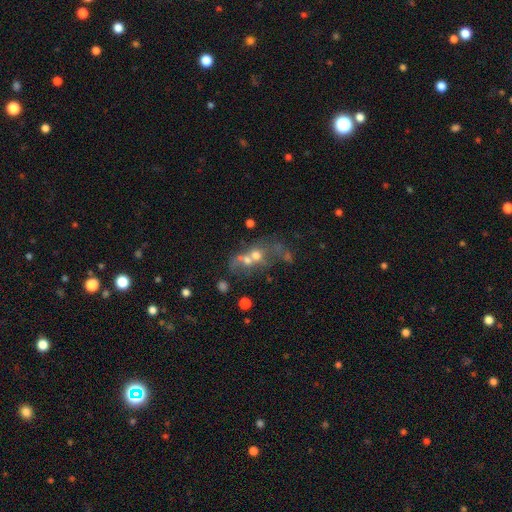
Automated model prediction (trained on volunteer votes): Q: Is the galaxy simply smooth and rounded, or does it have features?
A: smooth — 45%.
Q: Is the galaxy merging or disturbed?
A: merger — 60%.